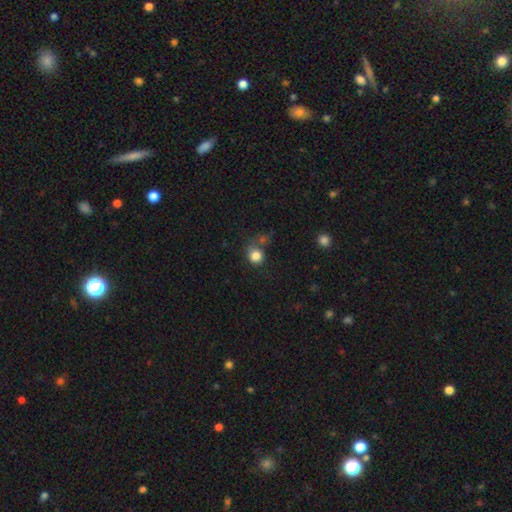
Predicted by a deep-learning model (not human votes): smooth 83%, star or artifact 12%, featured or disk 6%. Down the decision tree: how rounded — round (84%); merging — none (61%).